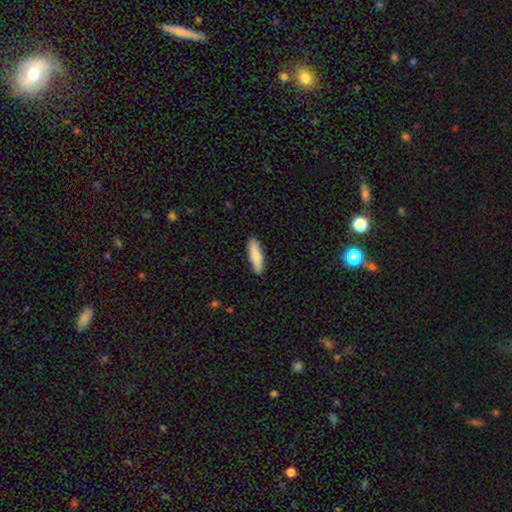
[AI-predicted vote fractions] Smooth or featured? Predicted: smooth (p=0.81). How rounded? Predicted: cigar-shaped (p=0.55). Merging? Predicted: none (p=0.88).